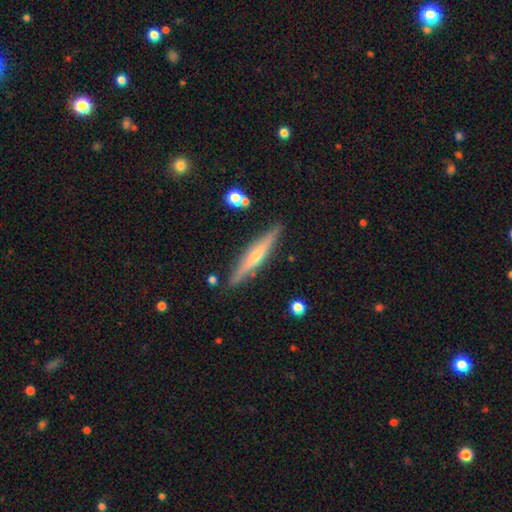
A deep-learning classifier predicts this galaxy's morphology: The model was most divided on "smooth or featured": featured or disk: 64%, smooth: 30%, star or artifact: 6%. More confident: edge-on disk — yes (96%); merging — none (87%); edge-on bulge — rounded (72%).